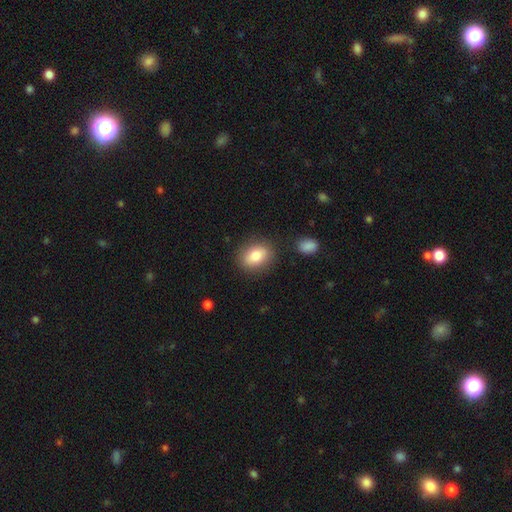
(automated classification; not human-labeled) Smooth or featured: smooth — 82% (featured or disk — 10%)
How rounded: in between — 69% (round — 30%)
Merging: none — 83% (minor disturbance — 11%)